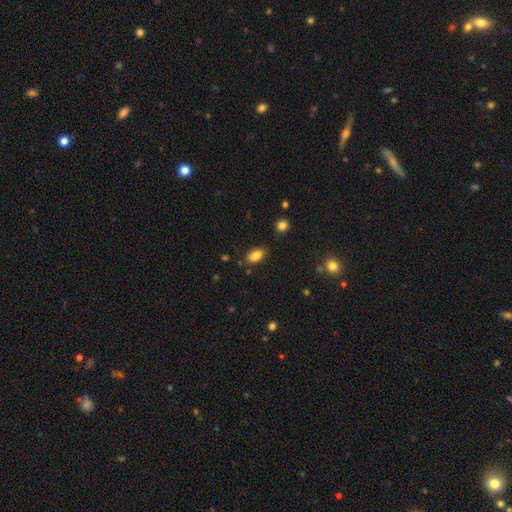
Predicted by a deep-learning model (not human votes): Smooth or featured?
  - smooth: 82% *
  - featured or disk: 9%
  - star or artifact: 9%
How rounded?
  - in between: 88% *
  - round: 9%
  - cigar-shaped: 3%
Merging?
  - none: 82% *
  - minor disturbance: 13%
  - major disturbance: 3%
  - merger: 3%